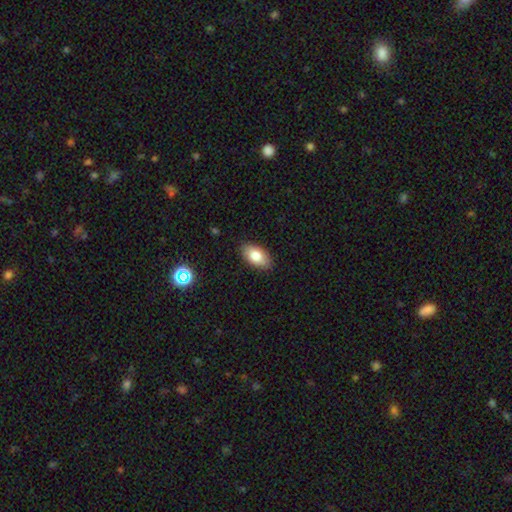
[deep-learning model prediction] Smooth or featured? Predicted: smooth (p=0.80). How rounded? Predicted: in between (p=0.93). Merging? Predicted: none (p=0.88).